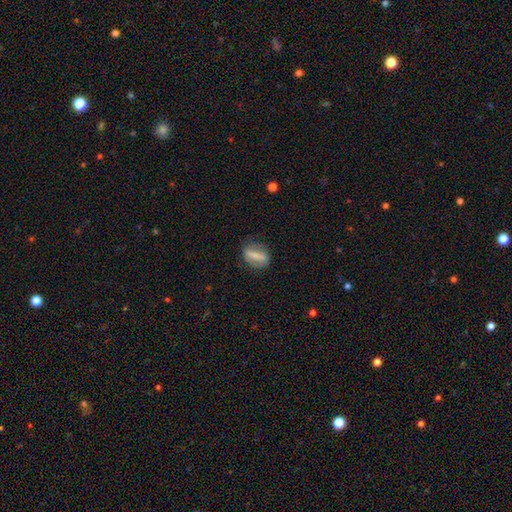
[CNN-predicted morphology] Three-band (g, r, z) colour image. It shows a smooth galaxy with no disk features (53%) that is in between round and cigar-shaped (55%). Merging: none (76%).